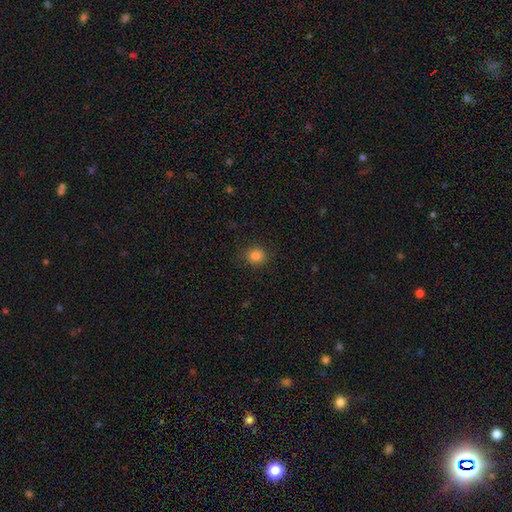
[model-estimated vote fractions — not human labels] smooth_or_featured: smooth (p=0.85) [alt: star or artifact p=0.12]
how_rounded: round (p=0.79) [alt: in between p=0.20]
merging: none (p=0.88) [alt: minor disturbance p=0.08]